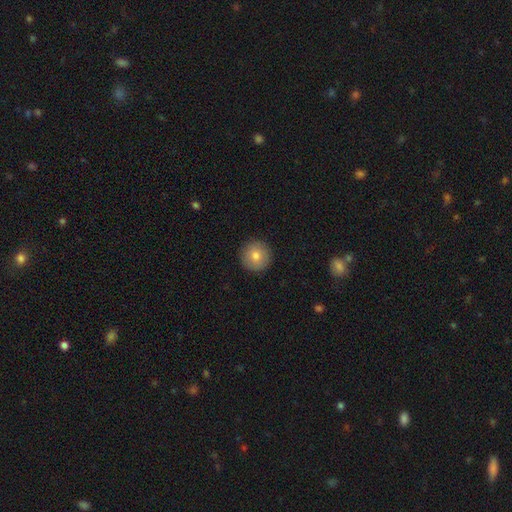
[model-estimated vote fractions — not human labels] Overall: smooth (79%). How rounded: round (95%). Merging: none (93%).